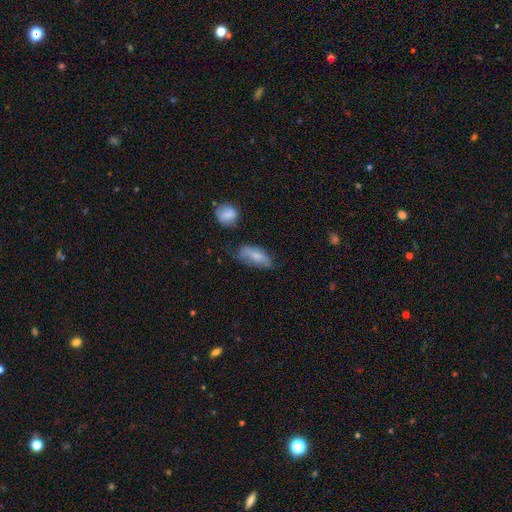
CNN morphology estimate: This appears to be a smooth galaxy with no disk features (71%) that is in between round and cigar-shaped (79%). Merging: none (49%).